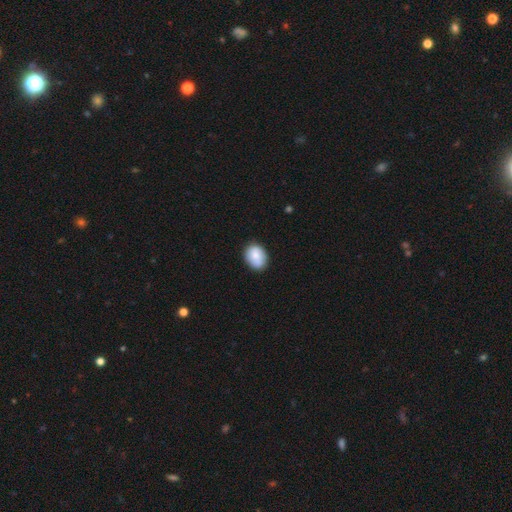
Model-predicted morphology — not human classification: smooth_or_featured: smooth (p=0.77) [alt: featured or disk p=0.16]
how_rounded: in between (p=0.60) [alt: round p=0.39]
merging: none (p=0.79) [alt: minor disturbance p=0.16]